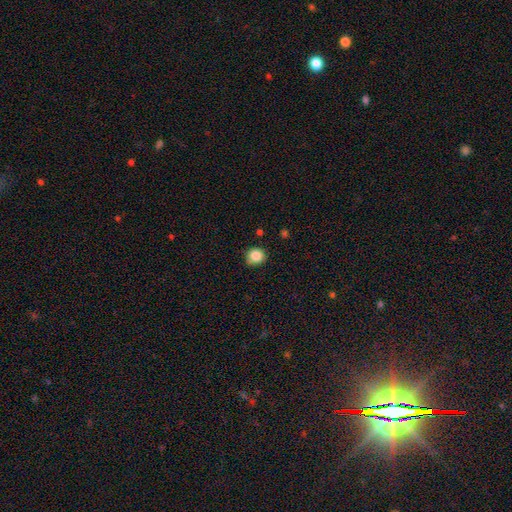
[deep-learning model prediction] smooth_or_featured: smooth (p=0.86) [alt: star or artifact p=0.10]
how_rounded: round (p=0.87) [alt: in between p=0.12]
merging: none (p=0.80) [alt: minor disturbance p=0.15]